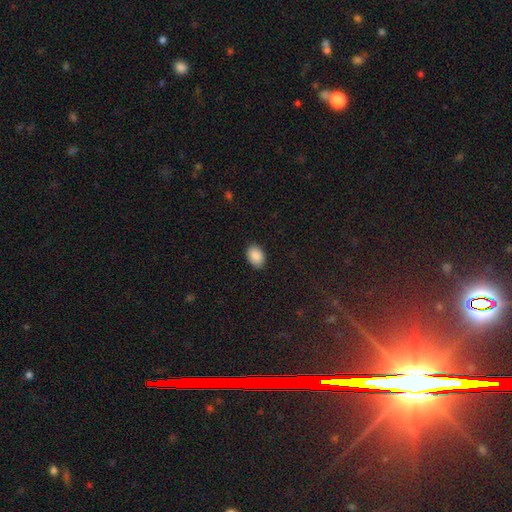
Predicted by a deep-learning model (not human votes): The model was most divided on "how rounded": in between: 85%, round: 14%, cigar-shaped: 1%. More confident: smooth or featured — smooth (90%); merging — none (88%).